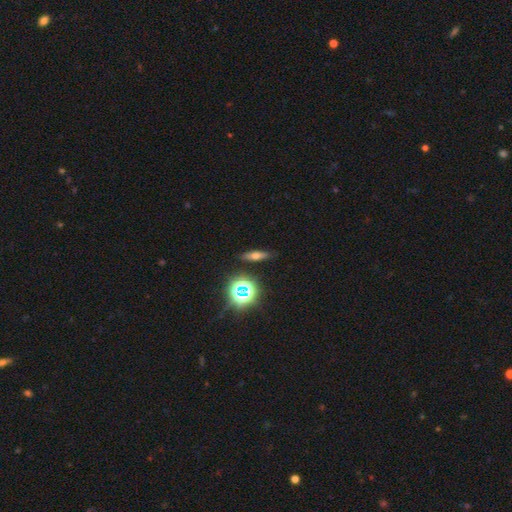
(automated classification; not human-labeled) Smooth or featured?
  - smooth: 52% *
  - featured or disk: 27%
  - star or artifact: 21%
How rounded?
  - cigar-shaped: 57% *
  - in between: 32%
  - round: 11%
Merging?
  - none: 87% *
  - minor disturbance: 9%
  - major disturbance: 2%
  - merger: 2%